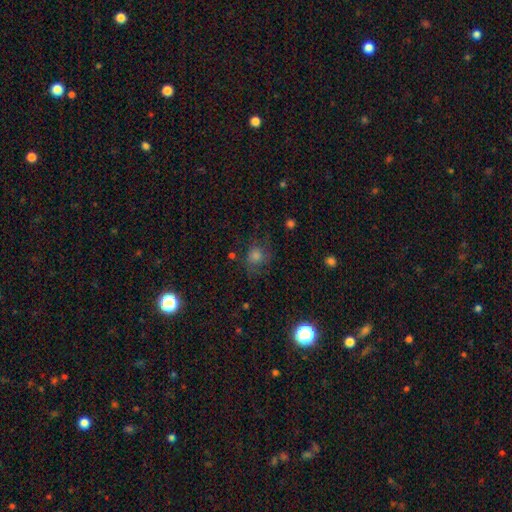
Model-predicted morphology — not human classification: The model was most divided on "smooth or featured": smooth: 55%, star or artifact: 25%, featured or disk: 19%. More confident: how rounded — round (79%); merging — none (68%).